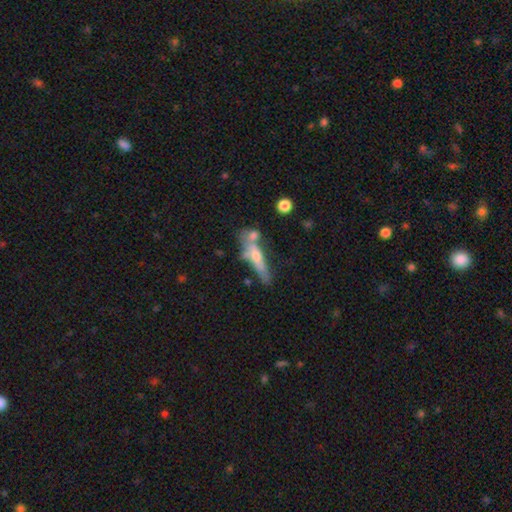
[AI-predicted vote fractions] Smooth or featured?
  - featured or disk: 47% *
  - smooth: 46%
  - star or artifact: 7%
Merging?
  - none: 44% *
  - merger: 27%
  - minor disturbance: 20%
  - major disturbance: 10%